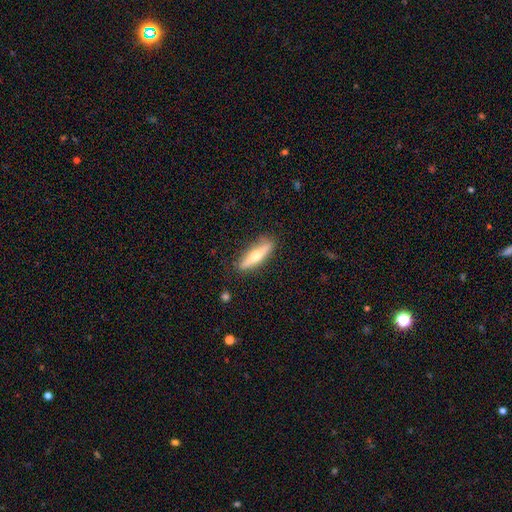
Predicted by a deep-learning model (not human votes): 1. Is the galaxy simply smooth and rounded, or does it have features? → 52% featured or disk, 42% smooth, 6% star or artifact.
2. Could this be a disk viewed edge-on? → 88% yes, 12% no.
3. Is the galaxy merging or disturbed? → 87% none, 10% minor disturbance, 2% major disturbance, 1% merger.